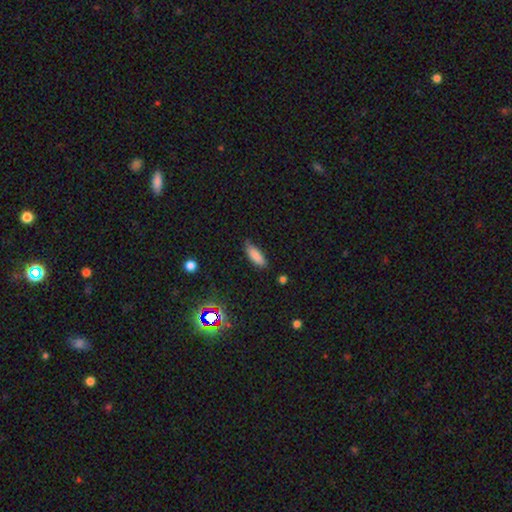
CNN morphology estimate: Q: Smooth or featured?
A: smooth (83%); runner-up: star or artifact (9%)
Q: How rounded?
A: in between (67%); runner-up: cigar-shaped (31%)
Q: Merging?
A: none (74%); runner-up: minor disturbance (21%)